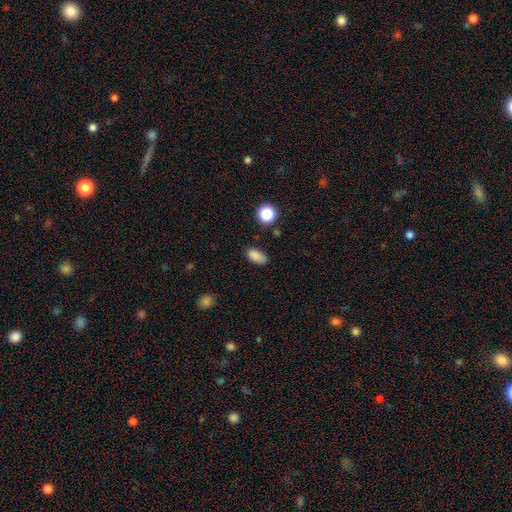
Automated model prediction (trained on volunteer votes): This appears to be a smooth galaxy with no disk features (85%) that is in between round and cigar-shaped (88%). Merging: none (79%).